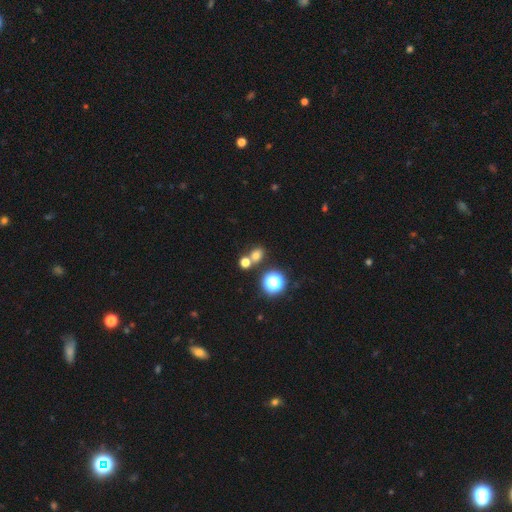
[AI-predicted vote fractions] smooth 67%, star or artifact 24%, featured or disk 9%. Down the decision tree: how rounded — round (61%); merging — none (57%).